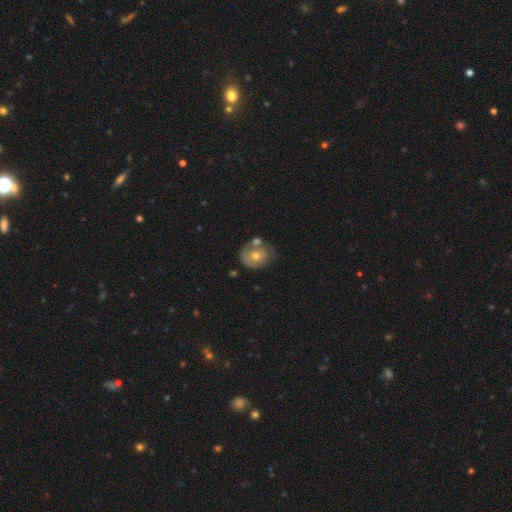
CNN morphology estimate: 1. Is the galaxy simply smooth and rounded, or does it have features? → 48% smooth, 44% featured or disk, 8% star or artifact.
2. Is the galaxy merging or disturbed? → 50% none, 22% merger, 20% minor disturbance, 8% major disturbance.